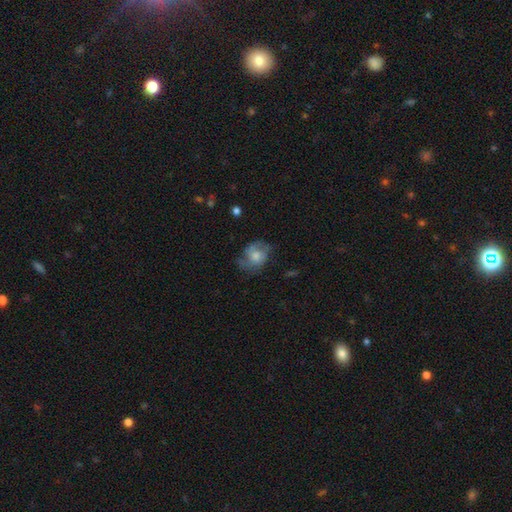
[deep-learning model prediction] Smooth or featured? smooth (50%)
Merging? none (51%)